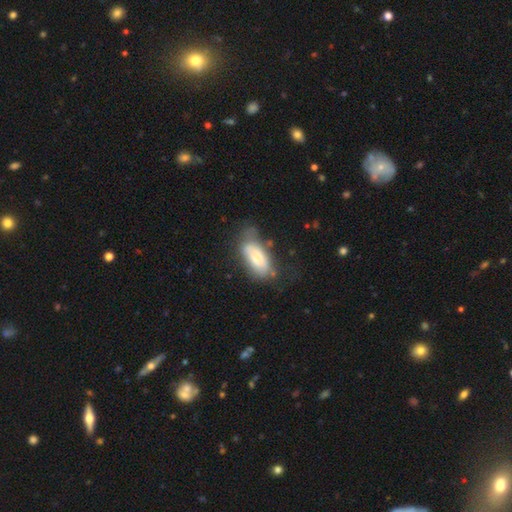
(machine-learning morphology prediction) smooth_or_featured: smooth (p=0.68) [alt: featured or disk p=0.25]
how_rounded: in between (p=0.84) [alt: cigar-shaped p=0.13]
merging: none (p=0.46) [alt: minor disturbance p=0.32]